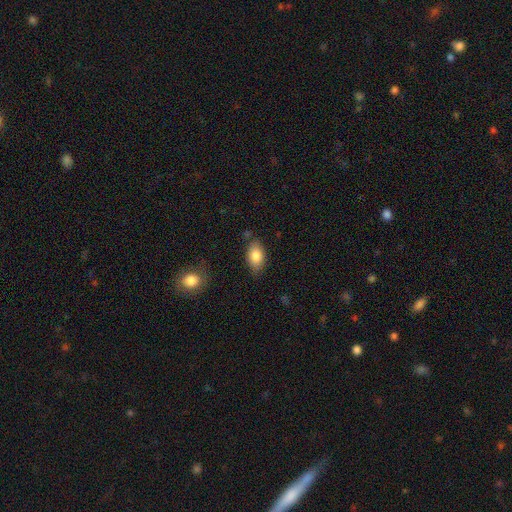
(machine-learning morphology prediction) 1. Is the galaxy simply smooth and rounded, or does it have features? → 84% smooth, 9% featured or disk, 7% star or artifact.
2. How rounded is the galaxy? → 91% in between, 6% round, 2% cigar-shaped.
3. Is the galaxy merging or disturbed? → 79% none, 15% minor disturbance, 3% major disturbance, 3% merger.